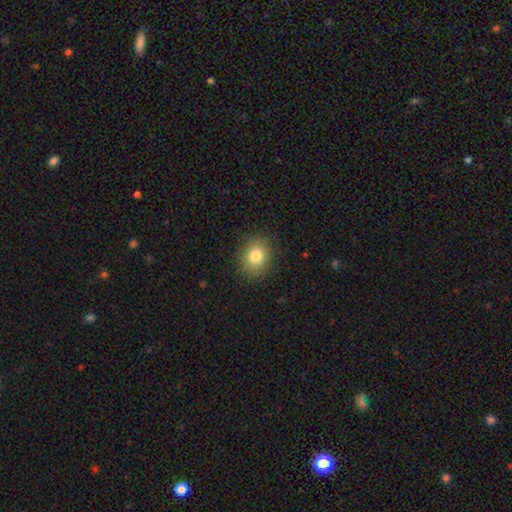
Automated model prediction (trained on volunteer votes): This is clearly a smooth galaxy (81%). How rounded: likely round (68%). Merging: clearly none (87%).